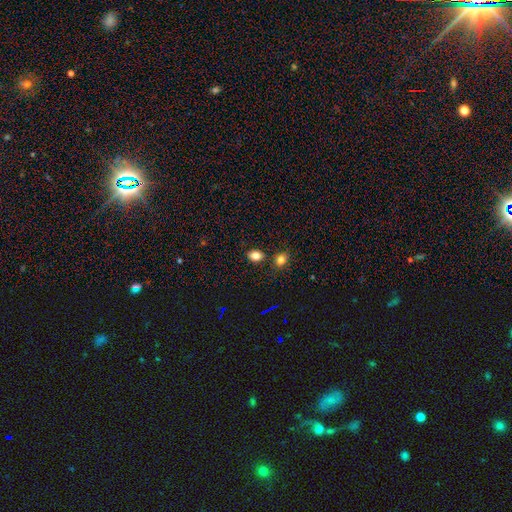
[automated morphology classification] A smooth galaxy with no disk features (82%) that is in between round and cigar-shaped (68%). Merging: none (78%).